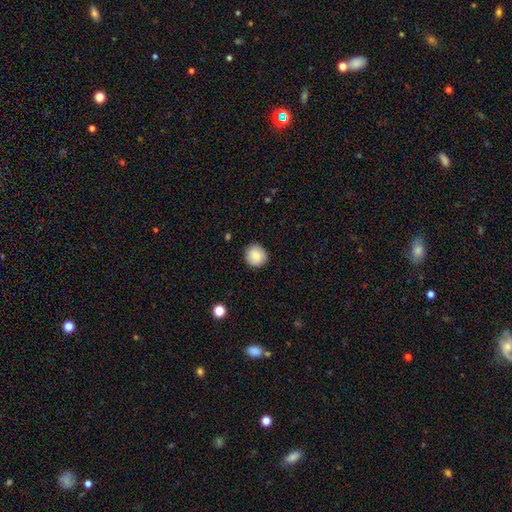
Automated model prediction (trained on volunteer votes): Smooth or featured? Predicted: smooth (p=0.85). How rounded? Predicted: round (p=0.93). Merging? Predicted: none (p=0.90).